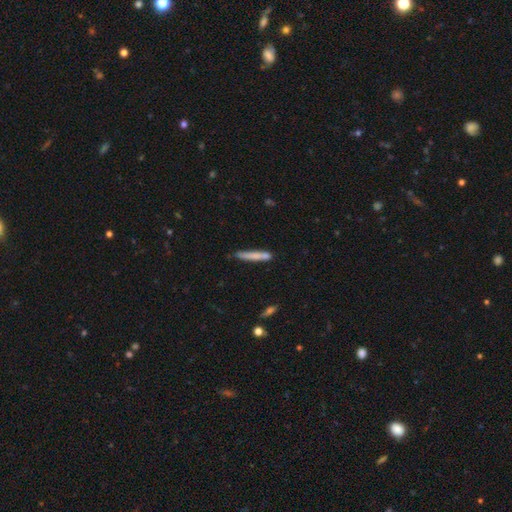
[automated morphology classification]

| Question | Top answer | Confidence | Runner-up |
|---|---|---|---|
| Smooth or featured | smooth | 70% | featured or disk (23%) |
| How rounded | cigar-shaped | 94% | in between (5%) |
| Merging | none | 70% | minor disturbance (17%) |